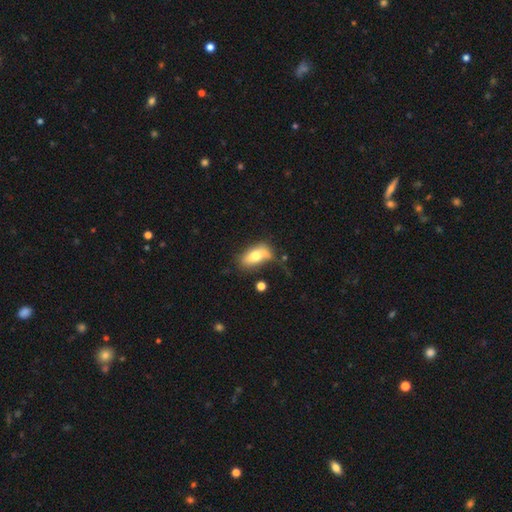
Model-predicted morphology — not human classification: smooth_or_featured: smooth (p=0.70) [alt: featured or disk p=0.23]
how_rounded: in between (p=0.86) [alt: cigar-shaped p=0.09]
merging: none (p=0.52) [alt: minor disturbance p=0.29]